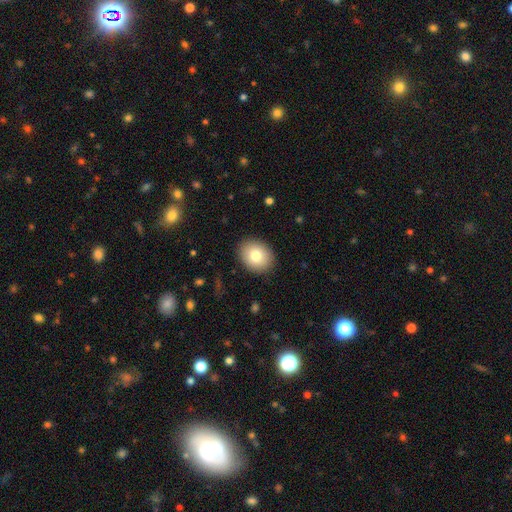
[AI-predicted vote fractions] Smooth or featured: smooth — 80% (featured or disk — 12%)
How rounded: in between — 53% (round — 46%)
Merging: none — 89% (minor disturbance — 8%)